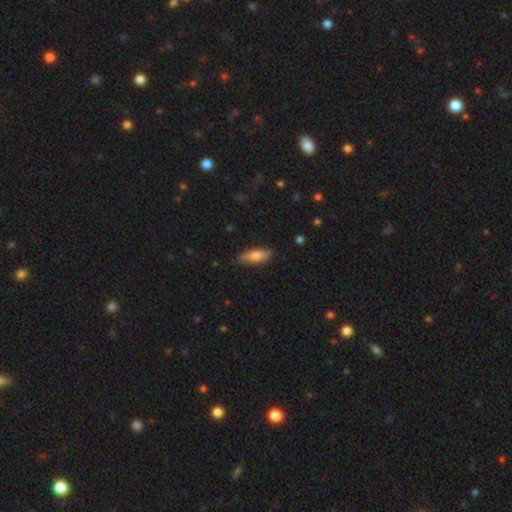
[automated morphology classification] Overall: smooth (64%; featured or disk 30%). How rounded: in between (58%; cigar-shaped 39%). Merging: none (84%).